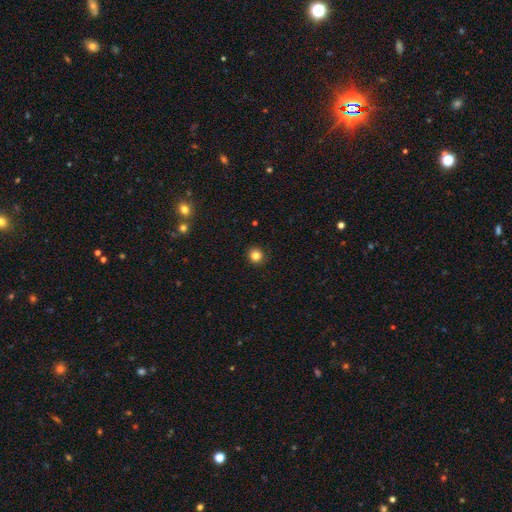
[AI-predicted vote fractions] Overall: smooth (84%). How rounded: round (92%). Merging: none (92%).